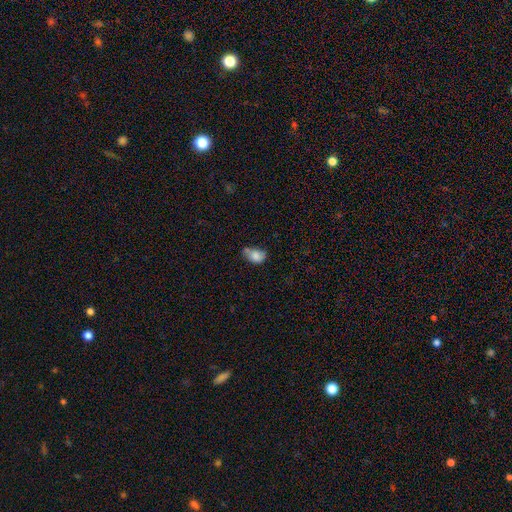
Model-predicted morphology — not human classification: Q: Smooth or featured?
A: smooth (80%); runner-up: featured or disk (10%)
Q: How rounded?
A: in between (72%); runner-up: round (26%)
Q: Merging?
A: none (36%); tied with: minor disturbance (36%)